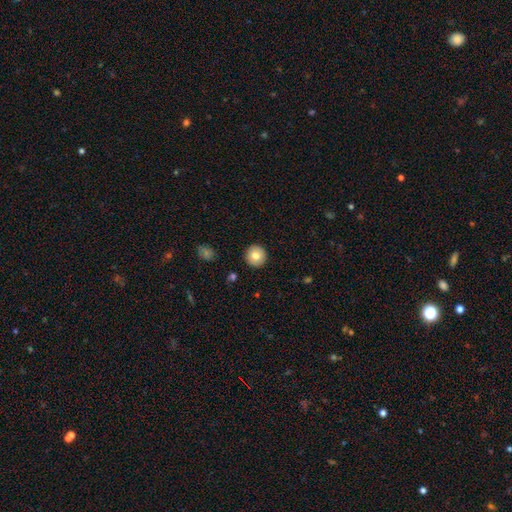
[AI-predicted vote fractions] smooth_or_featured: smooth (p=0.80) [alt: featured or disk p=0.12]
how_rounded: round (p=0.95) [alt: in between p=0.04]
merging: none (p=0.92) [alt: minor disturbance p=0.05]